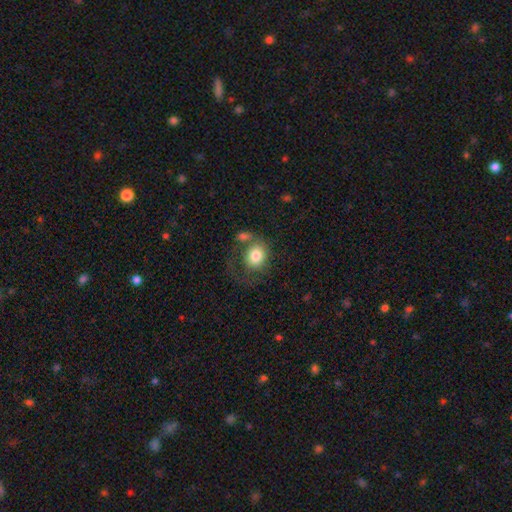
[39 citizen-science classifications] Q: Smooth or featured?
A: smooth (74%); runner-up: featured or disk (15%)
Q: How rounded?
A: round (72%); runner-up: in between (28%)
Q: Merging?
A: none (40%); runner-up: major disturbance (37%)